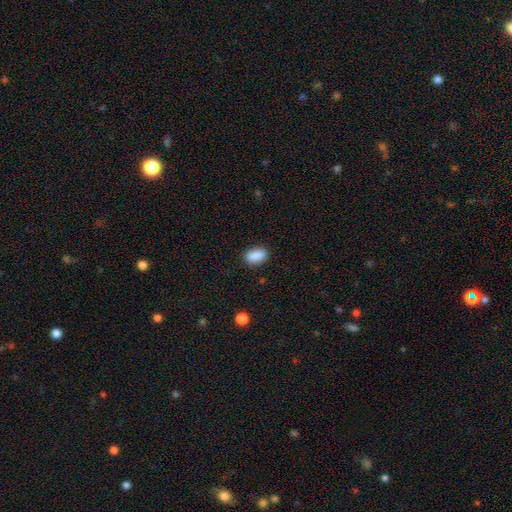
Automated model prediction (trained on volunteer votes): A smooth galaxy with no disk features (89%) that is in between round and cigar-shaped (87%).

Vote fractions:
- Smooth or featured? smooth: 89% / star or artifact: 8% / featured or disk: 4%
- How rounded? in between: 87% / round: 7% / cigar-shaped: 6%
- Merging? none: 86% / minor disturbance: 10% / major disturbance: 3% / merger: 1%